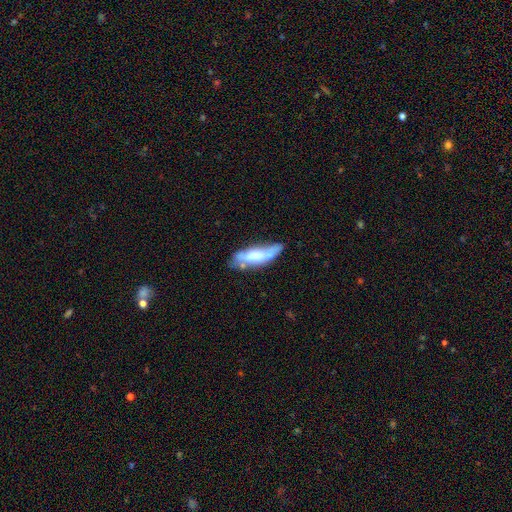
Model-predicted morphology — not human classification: Overall: smooth (52%; featured or disk 41%). How rounded: in between (51%; cigar-shaped 47%). Merging: none (41%; minor disturbance 29%).